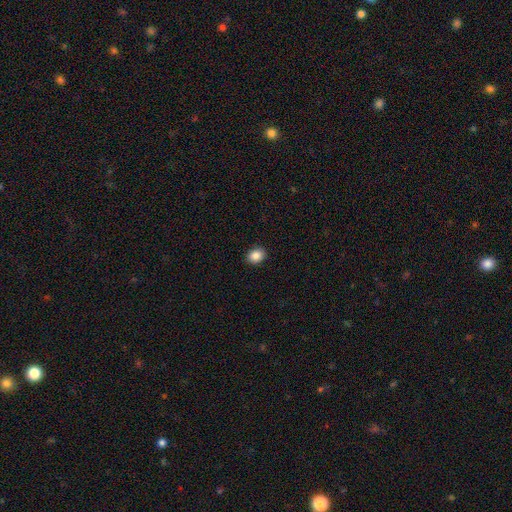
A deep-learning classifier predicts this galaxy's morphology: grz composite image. It shows a smooth galaxy with no disk features (87%) that is in between round and cigar-shaped (52%). Merging: none (91%).